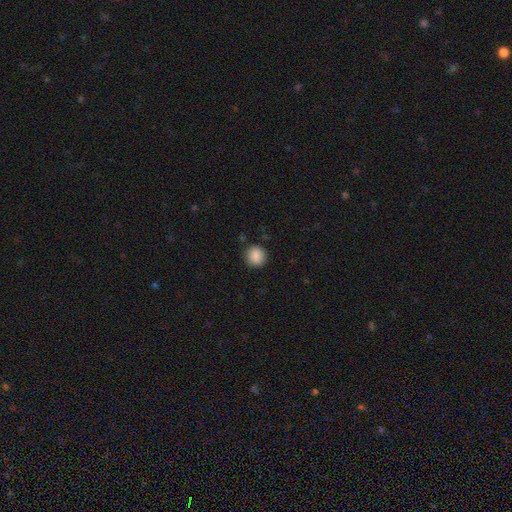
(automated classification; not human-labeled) Smooth or featured? Predicted: smooth (p=0.87). How rounded? Predicted: round (p=0.89). Merging? Predicted: none (p=0.88).